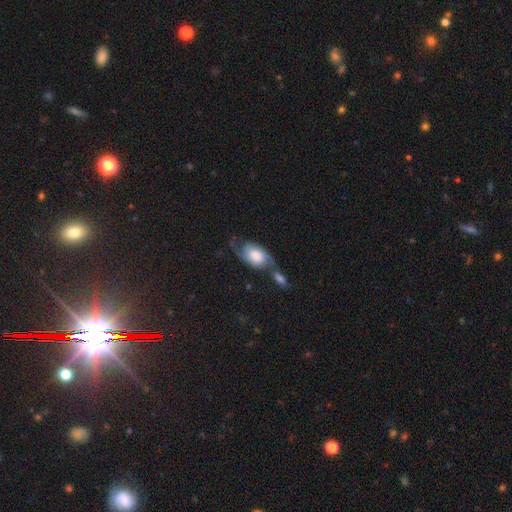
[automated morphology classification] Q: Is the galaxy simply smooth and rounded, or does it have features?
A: featured or disk — 54%.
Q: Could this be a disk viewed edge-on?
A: no — 94%.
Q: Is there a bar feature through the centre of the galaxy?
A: no — 69%.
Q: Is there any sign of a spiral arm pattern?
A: yes — 87%.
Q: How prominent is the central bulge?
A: large — 52%.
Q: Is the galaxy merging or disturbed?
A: merger — 34%.